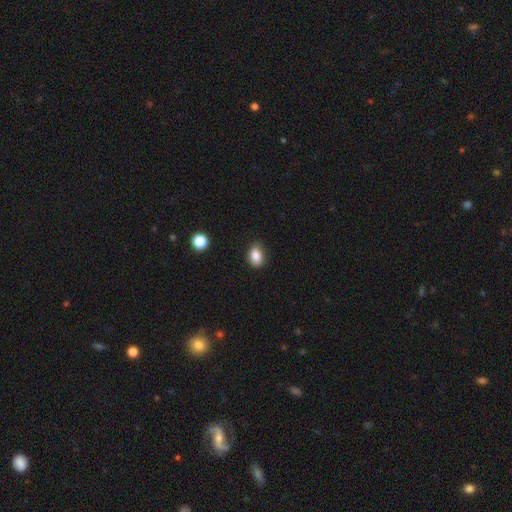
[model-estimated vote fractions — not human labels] smooth 86%, star or artifact 9%, featured or disk 4%. Down the decision tree: how rounded — in between (74%); merging — none (80%).